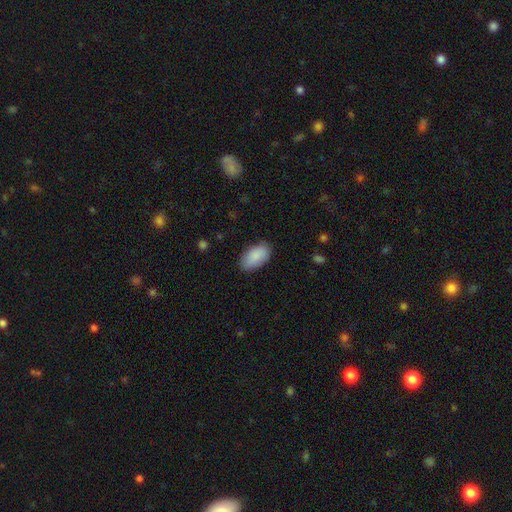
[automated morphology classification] Overall: smooth (89%). How rounded: in between (95%). Merging: none (83%).